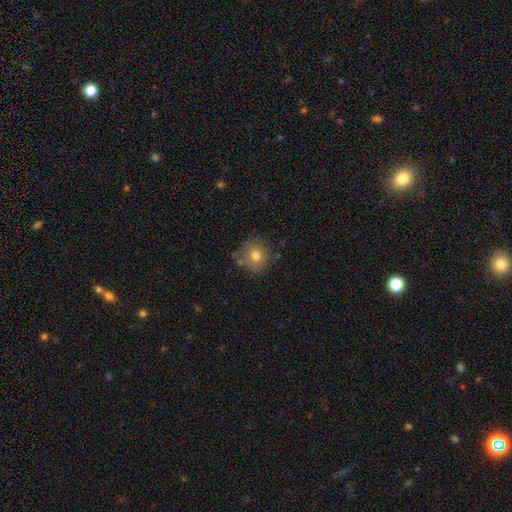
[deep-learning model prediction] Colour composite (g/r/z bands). It shows a smooth galaxy with no disk features (73%) that is round (82%). Merging: none (70%).